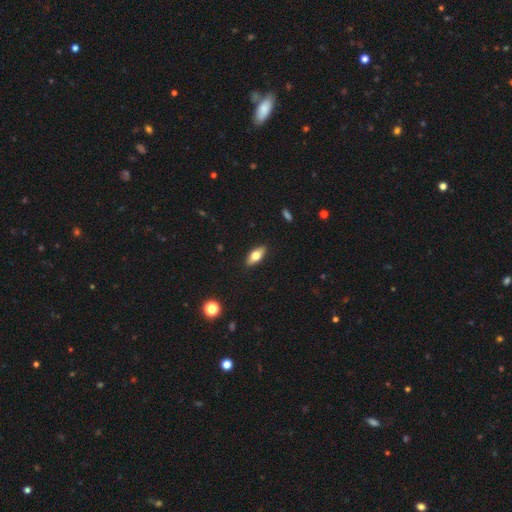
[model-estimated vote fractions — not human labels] Overall: smooth (61%; featured or disk 32%). How rounded: in between (77%). Merging: none (88%).